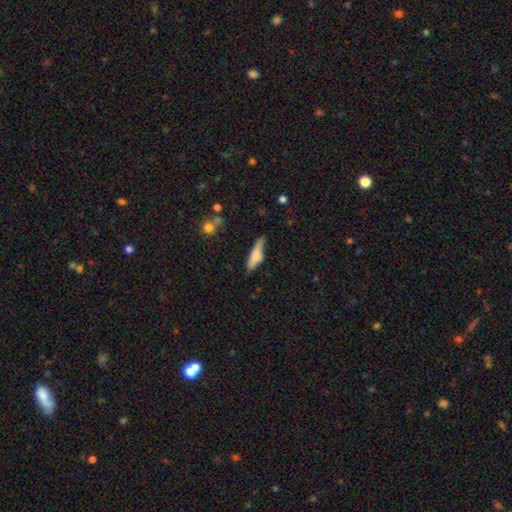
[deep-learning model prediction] smooth 71%, featured or disk 22%, star or artifact 7%. Down the decision tree: how rounded — cigar-shaped (63%); merging — none (57%).